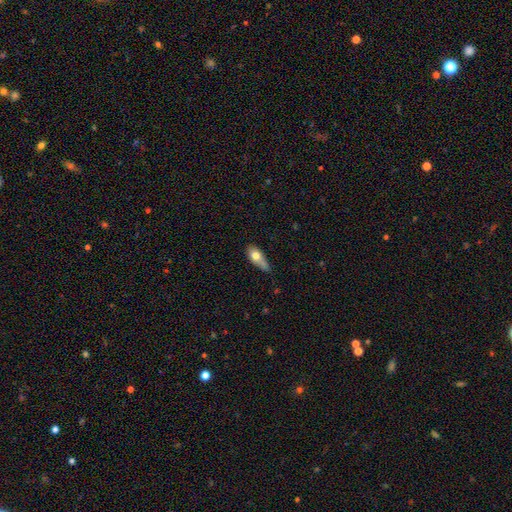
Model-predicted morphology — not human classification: Smooth or featured? Predicted: smooth (p=0.70). How rounded? Predicted: in between (p=0.75). Merging? Predicted: minor disturbance (p=0.43).